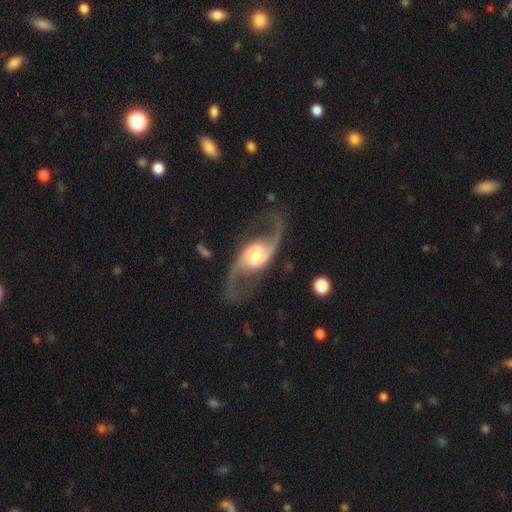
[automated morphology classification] smooth-or-featured: featured or disk: 90% | smooth: 6% | star or artifact: 5%
  disk-edge-on: no: 96% | yes: 4%
    bar: weak: 46% | no: 28% | strong: 26%
    has-spiral-arms: yes: 97% | no: 3%
      spiral-winding: loose: 69% | medium: 26% | tight: 5%
      spiral-arm-count: 2: 94% | can't tell: 2% | 1: 1% | 3: 1% | 4: 1% | more than 4: 1%
    bulge-size: large: 36% | moderate: 34% | small: 16% | dominant: 7% | none: 6%
  merging: none: 73% | minor disturbance: 13% | major disturbance: 12% | merger: 2%